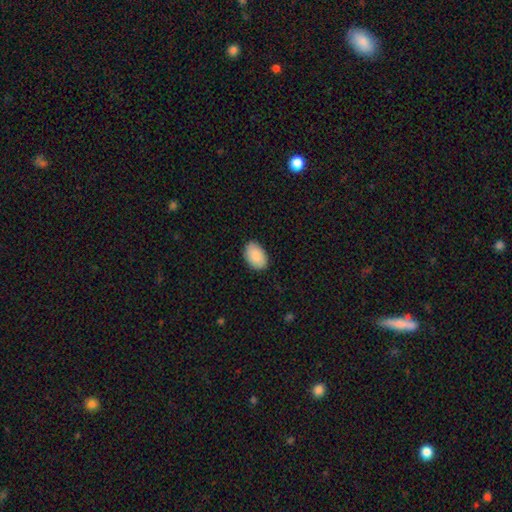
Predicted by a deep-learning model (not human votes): Smooth or featured?
  - smooth: 89% *
  - star or artifact: 6%
  - featured or disk: 5%
How rounded?
  - in between: 90% *
  - round: 9%
  - cigar-shaped: 1%
Merging?
  - none: 86% *
  - minor disturbance: 11%
  - major disturbance: 2%
  - merger: 1%